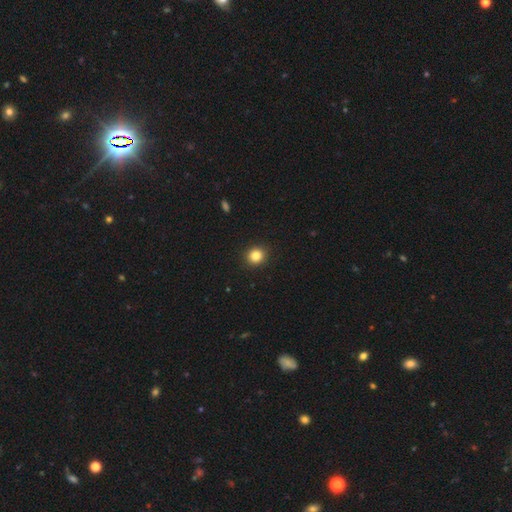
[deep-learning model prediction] A smooth galaxy with no disk features (84%) that is round (87%). Merging: none (92%).